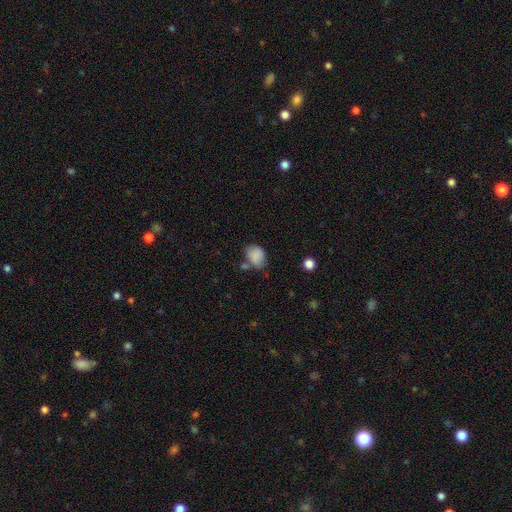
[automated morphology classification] Smooth or featured? smooth (84%)
How rounded? in between (56%)
Merging? none (55%)